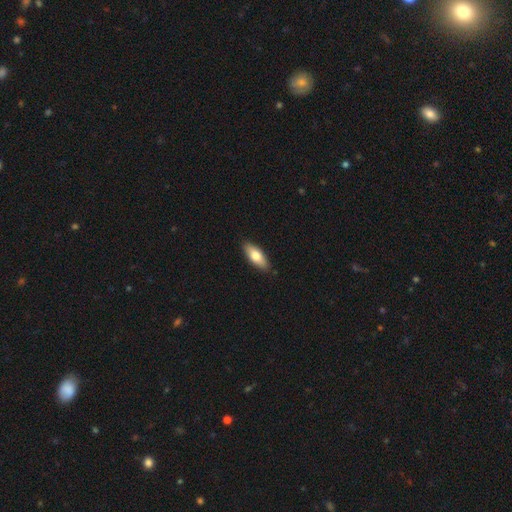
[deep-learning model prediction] smooth_or_featured: smooth (p=0.72) [alt: featured or disk p=0.22]
how_rounded: in between (p=0.74) [alt: cigar-shaped p=0.24]
merging: none (p=0.88) [alt: minor disturbance p=0.09]